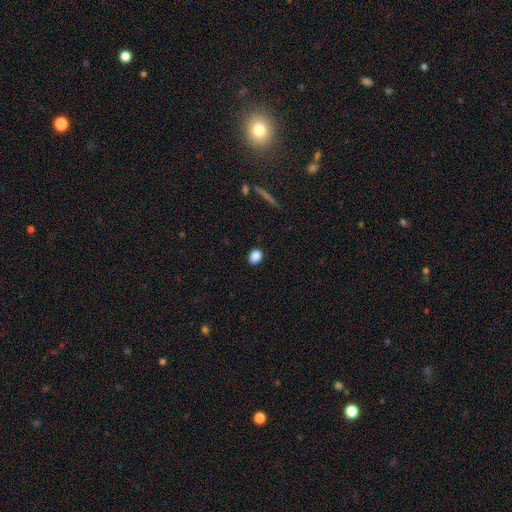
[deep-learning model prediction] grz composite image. It shows a smooth galaxy with no disk features (87%) that is round (49%, tied with in between). Merging: none (89%).